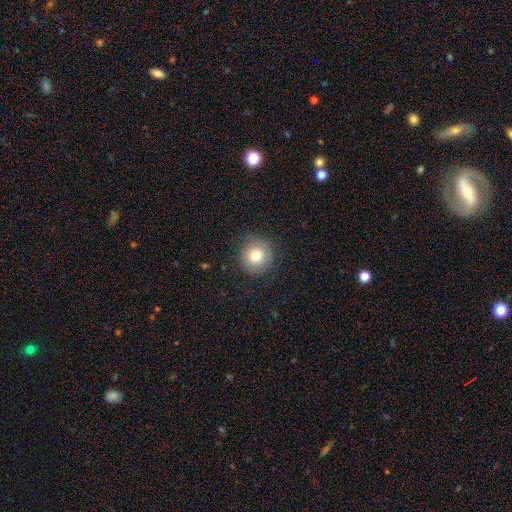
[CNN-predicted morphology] smooth 75%, featured or disk 15%, star or artifact 10%. Down the decision tree: how rounded — round (94%); merging — none (84%).